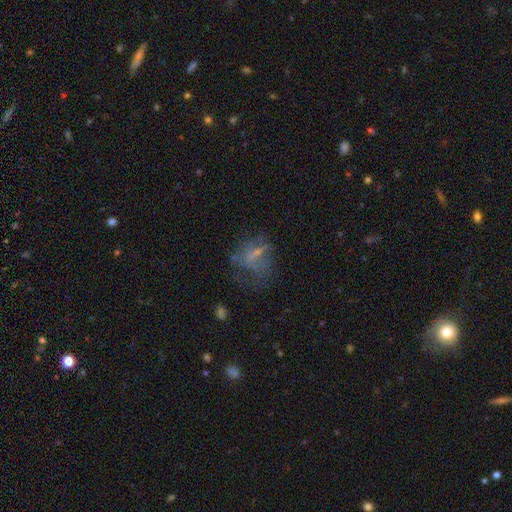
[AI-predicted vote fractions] This appears to be a smooth galaxy with no disk features (41%). Merging: none (41%).